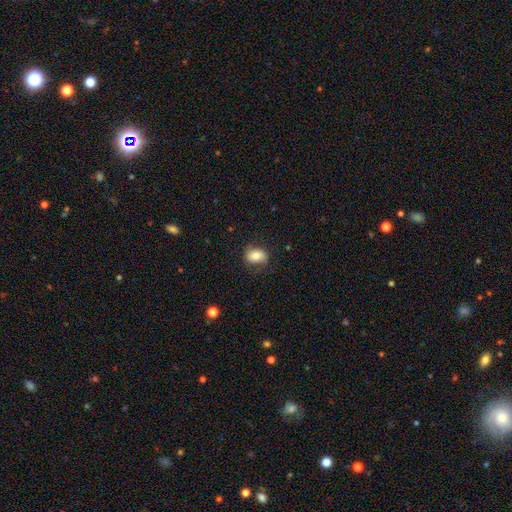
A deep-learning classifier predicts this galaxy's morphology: Smooth or featured? Predicted: smooth (p=0.73). How rounded? Predicted: in between (p=0.72). Merging? Predicted: none (p=0.73).